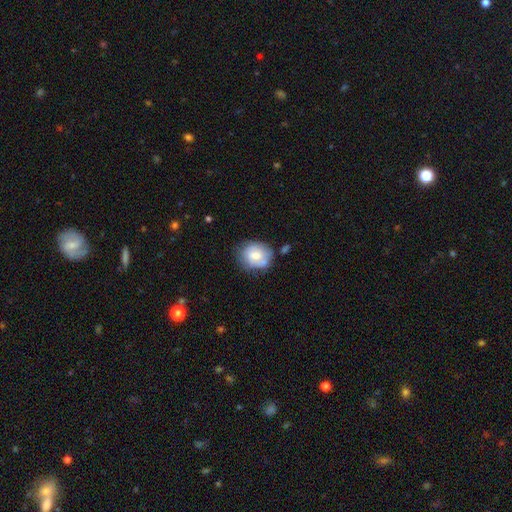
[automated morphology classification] Overall: smooth (62%; featured or disk 31%). How rounded: round (63%; in between 36%). Merging: none (57%; minor disturbance 27%).